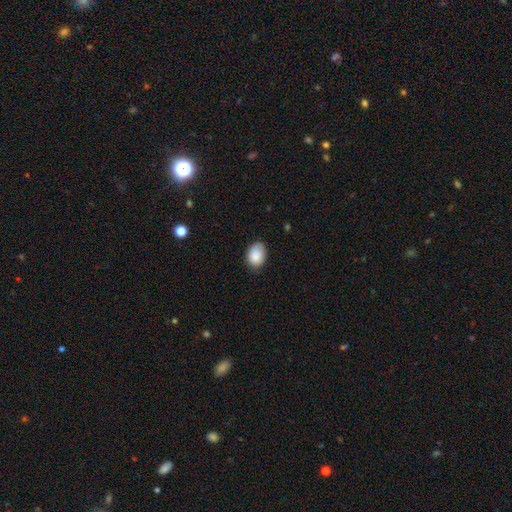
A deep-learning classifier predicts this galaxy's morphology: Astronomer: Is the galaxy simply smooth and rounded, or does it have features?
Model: smooth — 86%.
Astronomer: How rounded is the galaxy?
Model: in between — 73%.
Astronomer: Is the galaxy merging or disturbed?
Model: none — 70%.